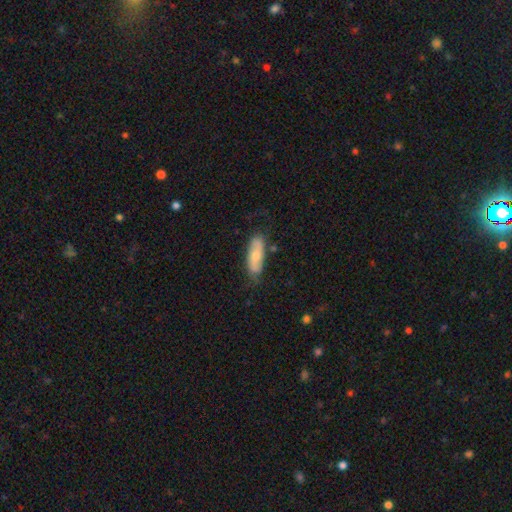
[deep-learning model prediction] This appears to be a smooth galaxy with no disk features (52%) that is in between round and cigar-shaped (70%). Merging: none (70%).